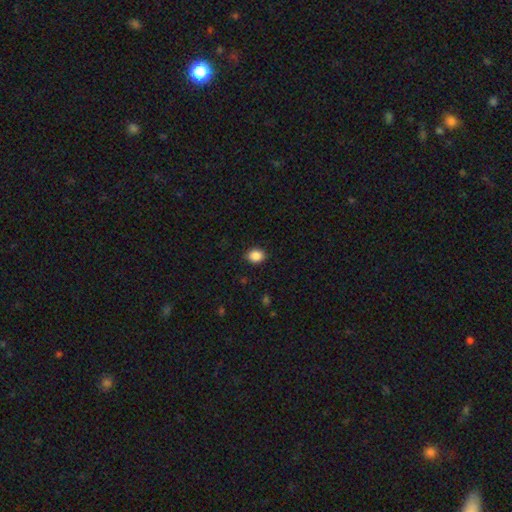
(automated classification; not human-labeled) Overall: smooth (88%). How rounded: in between (52%; round 47%). Merging: none (88%).